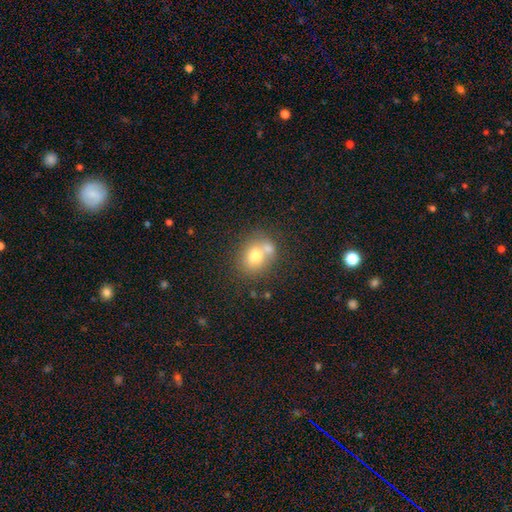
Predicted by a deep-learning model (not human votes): Smooth or featured?
  - smooth: 71% *
  - featured or disk: 18%
  - star or artifact: 11%
How rounded?
  - round: 64% *
  - in between: 35%
  - cigar-shaped: 1%
Merging?
  - none: 43% *
  - merger: 42%
  - minor disturbance: 11%
  - major disturbance: 4%